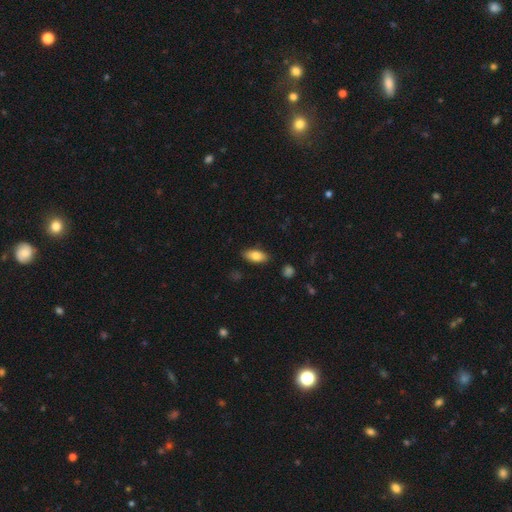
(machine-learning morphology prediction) A smooth galaxy with no disk features (80%) that is in between round and cigar-shaped (88%). Merging: none (86%).